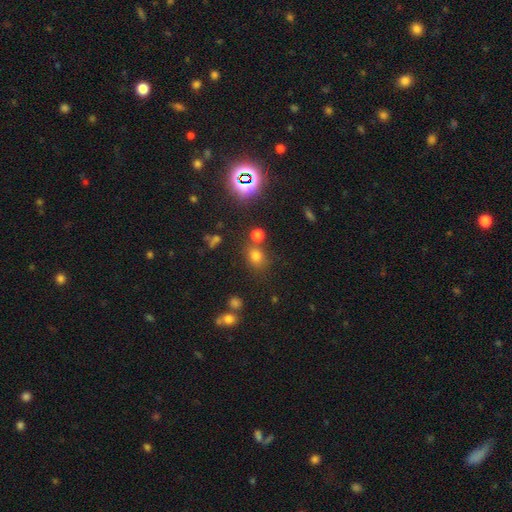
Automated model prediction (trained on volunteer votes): Overall: smooth (69%). How rounded: round (66%; in between 33%). Merging: none (70%).